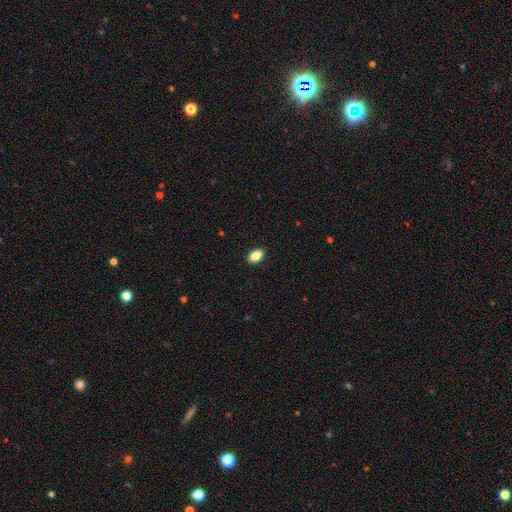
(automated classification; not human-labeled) Morphology: type=smooth (87%); roundness=in between (88%); merging=none (91%).